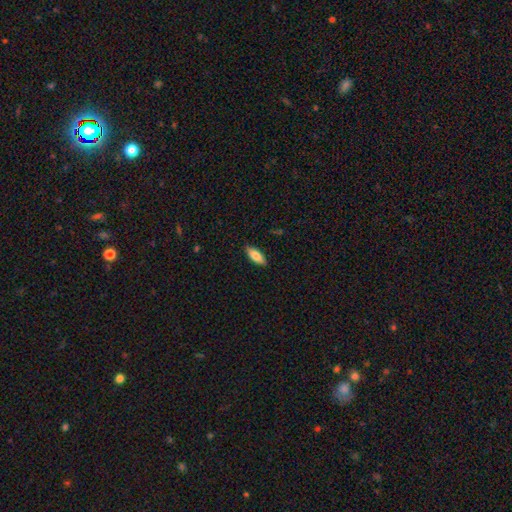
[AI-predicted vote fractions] smooth 80%, featured or disk 14%, star or artifact 6%. Down the decision tree: how rounded — in between (75%); merging — none (88%).